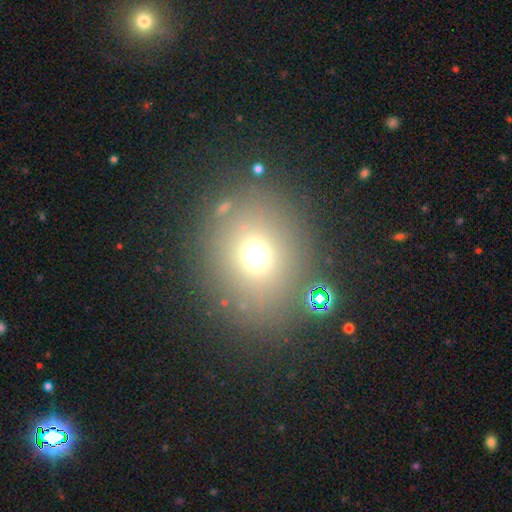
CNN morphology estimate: Smooth or featured?
  - smooth: 66% *
  - star or artifact: 23%
  - featured or disk: 11%
How rounded?
  - round: 73% *
  - in between: 26%
  - cigar-shaped: 2%
Merging?
  - none: 77% *
  - minor disturbance: 9%
  - merger: 8%
  - major disturbance: 6%